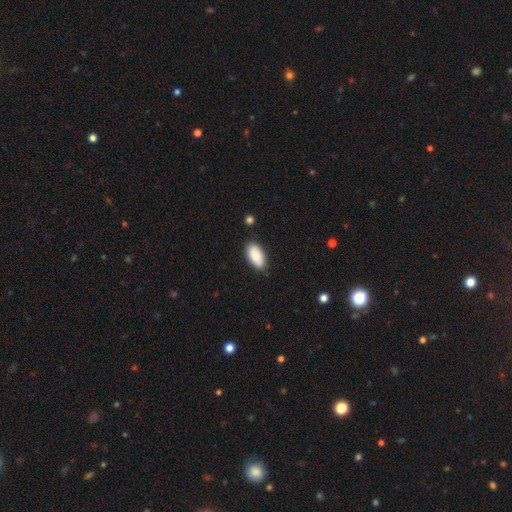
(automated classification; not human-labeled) Smooth or featured: smooth — 87% (featured or disk — 7%)
How rounded: in between — 94% (cigar-shaped — 3%)
Merging: none — 85% (minor disturbance — 11%)